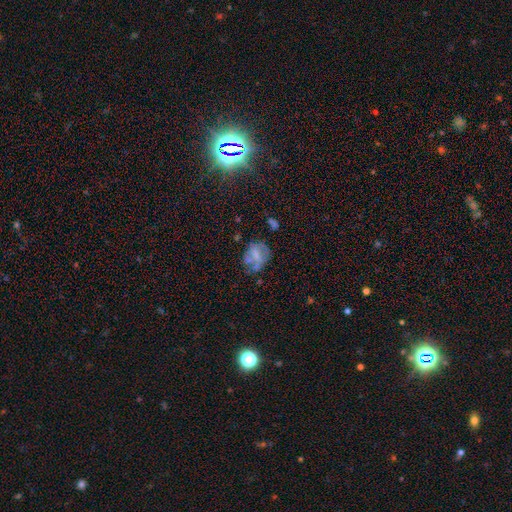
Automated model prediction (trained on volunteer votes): Q: Smooth or featured?
A: featured or disk (47%); runner-up: smooth (41%)
Q: Merging?
A: none (44%); runner-up: minor disturbance (26%)